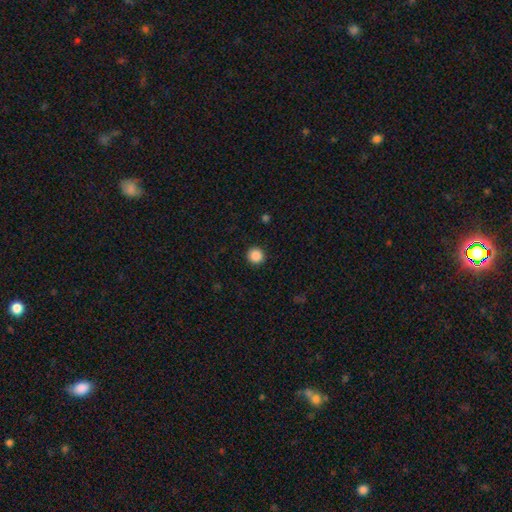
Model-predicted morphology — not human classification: Smooth or featured?
  - smooth: 88% *
  - star or artifact: 9%
  - featured or disk: 3%
How rounded?
  - round: 94% *
  - in between: 5%
  - cigar-shaped: 1%
Merging?
  - none: 92% *
  - minor disturbance: 5%
  - major disturbance: 2%
  - merger: 1%